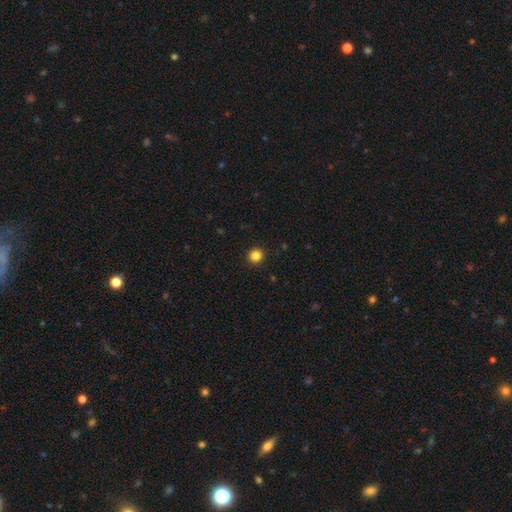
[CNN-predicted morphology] Smooth or featured?
  - smooth: 84% *
  - star or artifact: 12%
  - featured or disk: 4%
How rounded?
  - round: 92% *
  - in between: 7%
  - cigar-shaped: 1%
Merging?
  - none: 93% *
  - minor disturbance: 4%
  - major disturbance: 1%
  - merger: 1%